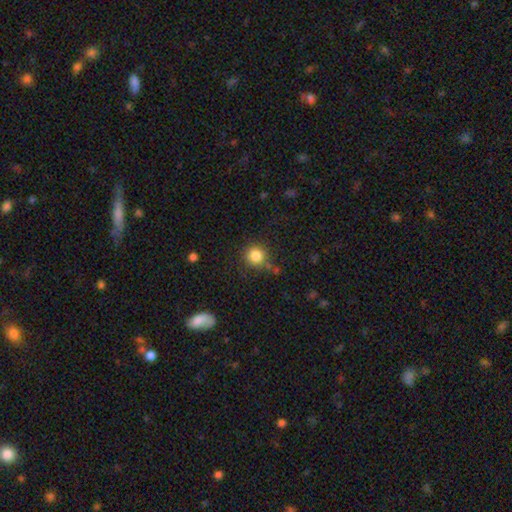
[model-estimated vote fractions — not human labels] Smooth or featured?
  - smooth: 84% *
  - star or artifact: 11%
  - featured or disk: 5%
How rounded?
  - round: 93% *
  - in between: 6%
  - cigar-shaped: 1%
Merging?
  - none: 79% *
  - minor disturbance: 12%
  - merger: 5%
  - major disturbance: 4%